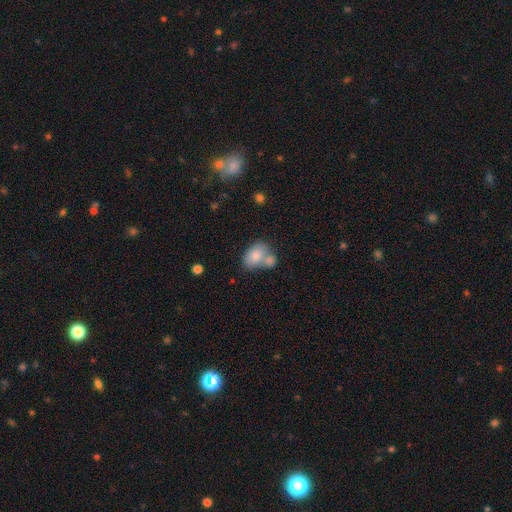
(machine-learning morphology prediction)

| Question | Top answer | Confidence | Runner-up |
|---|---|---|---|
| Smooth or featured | smooth | 81% | featured or disk (12%) |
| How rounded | in between | 84% | round (14%) |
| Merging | merger | 51% | none (32%) |